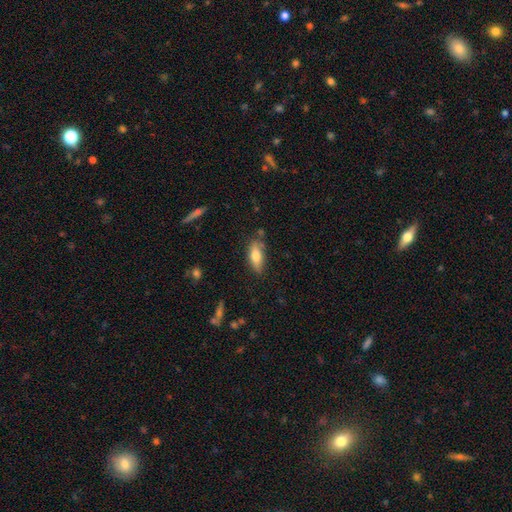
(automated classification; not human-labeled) Morphology: type=smooth (73%); roundness=in between (72%); merging=none (73%).